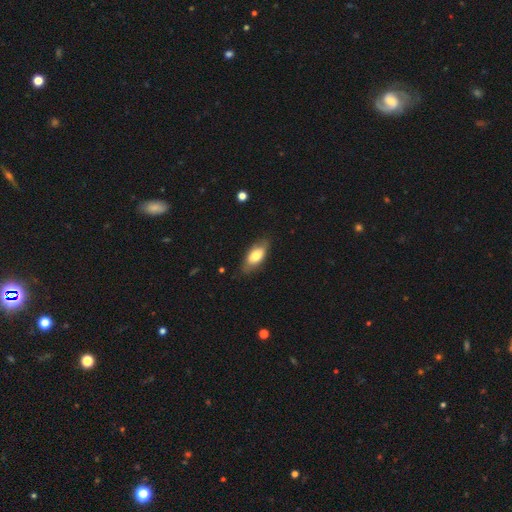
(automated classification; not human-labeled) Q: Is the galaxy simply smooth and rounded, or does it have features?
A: smooth — 69%.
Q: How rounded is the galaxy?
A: in between — 86%.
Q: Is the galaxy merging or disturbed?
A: none — 77%.